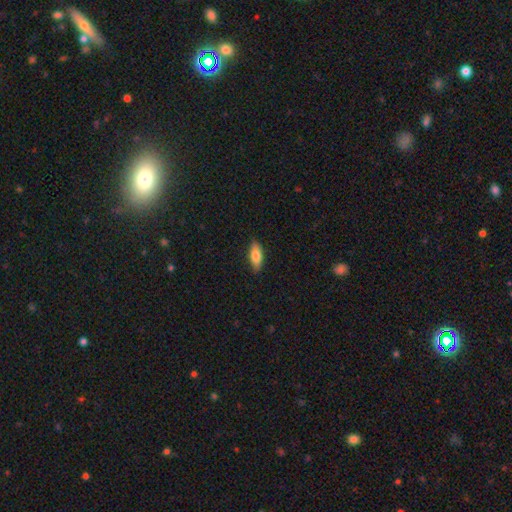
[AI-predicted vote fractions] Overall: smooth (80%). How rounded: in between (75%). Merging: none (85%).